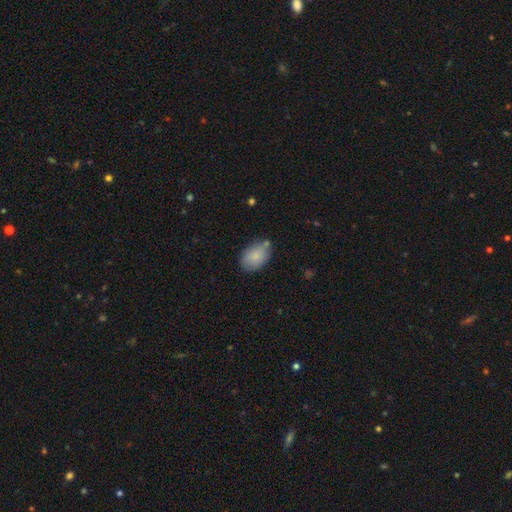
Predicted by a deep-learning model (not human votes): Smooth or featured? Predicted: smooth (p=0.83). How rounded? Predicted: in between (p=0.88). Merging? Predicted: none (p=0.70).